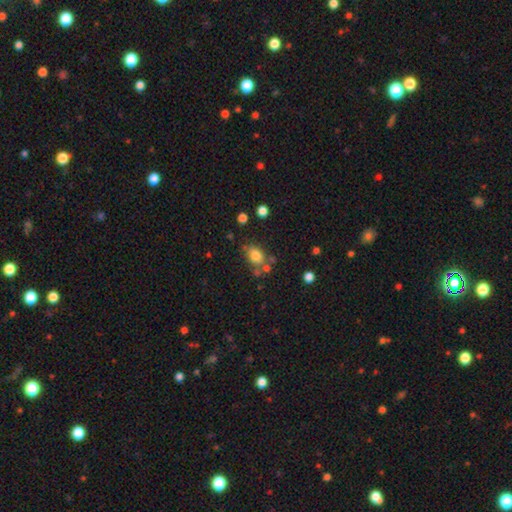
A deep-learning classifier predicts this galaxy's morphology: Overall: smooth (78%). How rounded: in between (58%; round 40%). Merging: none (61%).